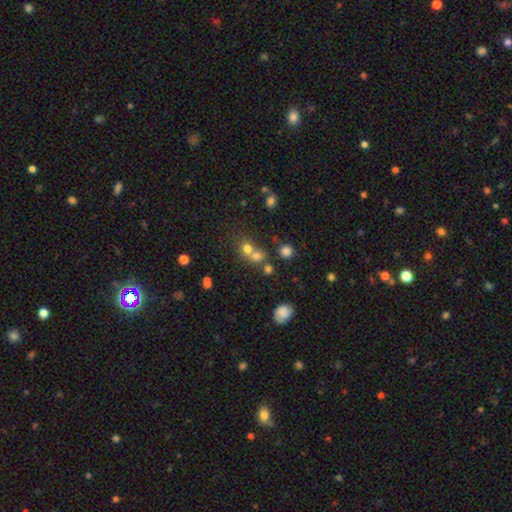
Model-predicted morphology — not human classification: Overall: smooth (61%; star or artifact 25%). How rounded: round (81%). Merging: merger (45%, tied with none).